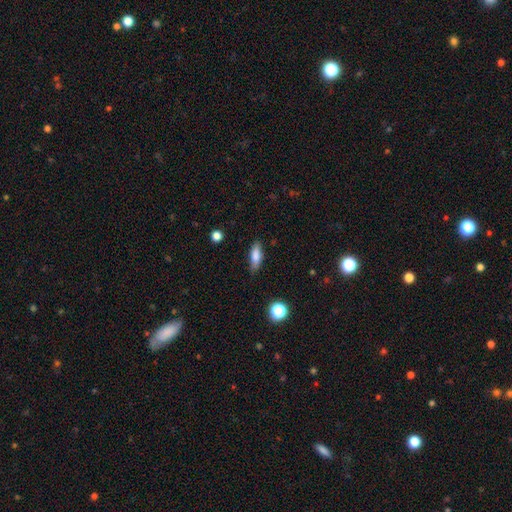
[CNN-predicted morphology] The model was most divided on "how rounded": in between: 58%, cigar-shaped: 39%, round: 3%. More confident: merging — none (82%); smooth or featured — smooth (78%).